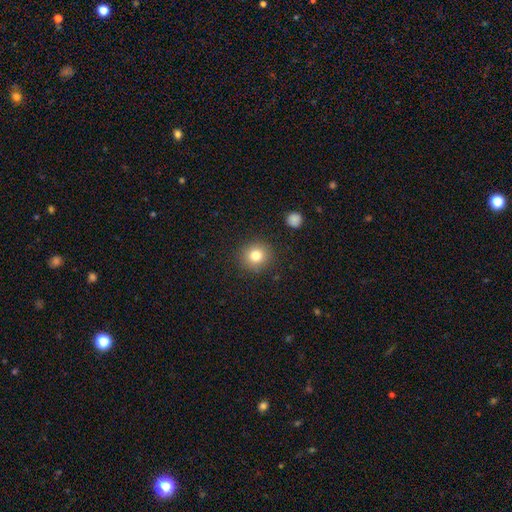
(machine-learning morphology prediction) type=smooth (80%); roundness=round (90%); merging=none (89%).